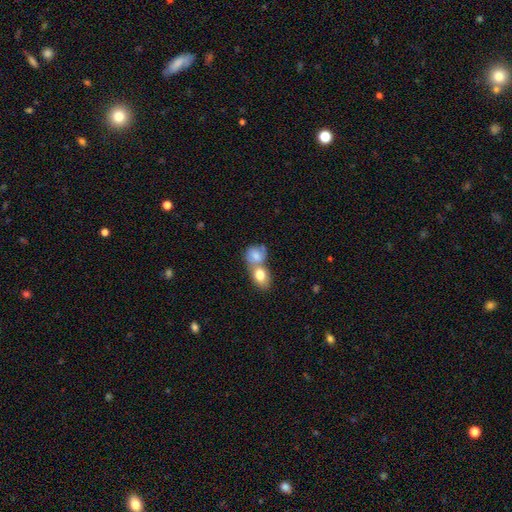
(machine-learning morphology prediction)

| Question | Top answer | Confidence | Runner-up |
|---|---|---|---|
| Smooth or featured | smooth | 72% | featured or disk (20%) |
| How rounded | round | 51% | in between (48%) |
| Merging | merger | 67% | none (21%) |